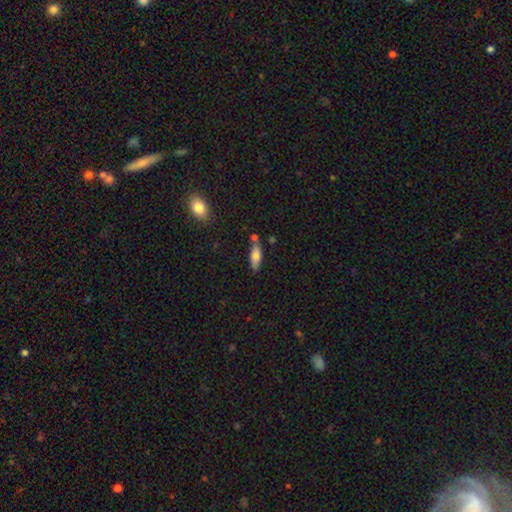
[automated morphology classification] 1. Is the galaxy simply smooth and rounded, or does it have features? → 74% smooth, 18% featured or disk, 7% star or artifact.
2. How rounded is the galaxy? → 66% in between, 32% cigar-shaped, 2% round.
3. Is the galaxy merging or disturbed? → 67% none, 17% minor disturbance, 13% merger, 4% major disturbance.